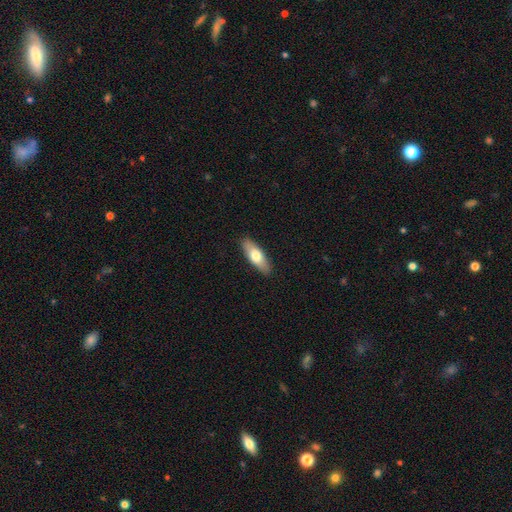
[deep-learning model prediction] Smooth or featured?
  - smooth: 68% *
  - featured or disk: 27%
  - star or artifact: 5%
How rounded?
  - in between: 60% *
  - cigar-shaped: 38%
  - round: 2%
Merging?
  - none: 89% *
  - minor disturbance: 8%
  - major disturbance: 2%
  - merger: 1%